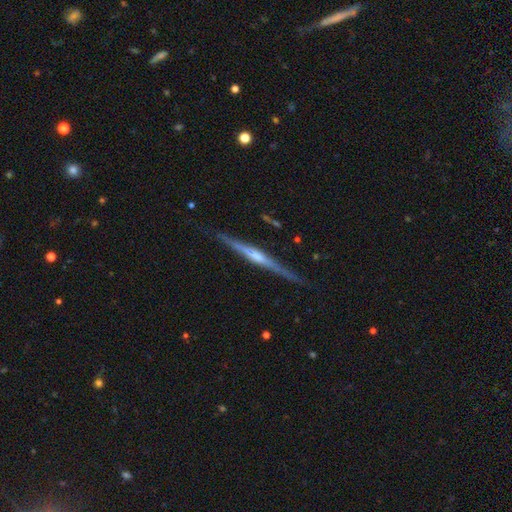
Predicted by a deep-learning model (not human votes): A featured or disk galaxy (77%) viewed edge-on (98%) with a rounded central bulge (38%).

Vote fractions:
- Smooth or featured? featured or disk: 77% / smooth: 18% / star or artifact: 5%
- Edge-on disk? yes: 98% / no: 2%
- Edge-on bulge? rounded: 38% / none: 35% / boxy: 27%
- Merging? none: 86% / minor disturbance: 10% / major disturbance: 2% / merger: 1%